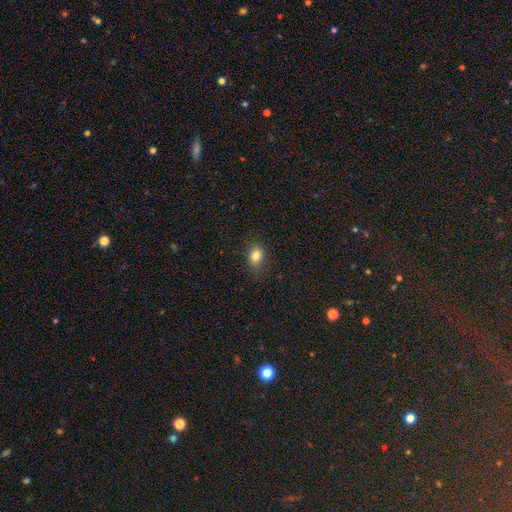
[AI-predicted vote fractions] Overall: smooth (82%). How rounded: round (51%; in between 48%). Merging: none (82%).